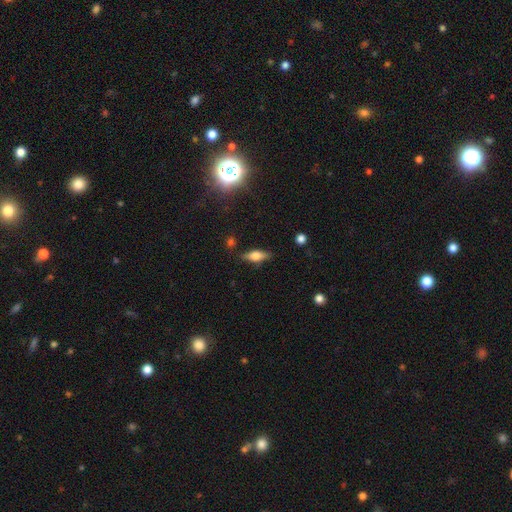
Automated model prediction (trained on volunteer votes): Smooth or featured?
  - smooth: 46% * (tied)
  - featured or disk: 46% * (tied)
  - star or artifact: 9%
Merging?
  - none: 81% *
  - minor disturbance: 14%
  - major disturbance: 3%
  - merger: 2%